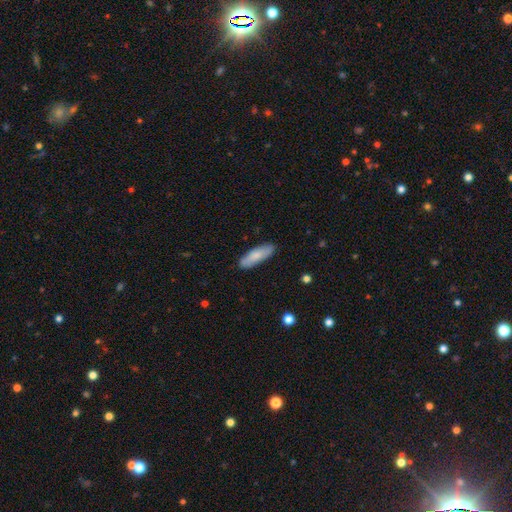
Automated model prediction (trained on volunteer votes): This appears to be a smooth galaxy with no disk features (77%) that is in between round and cigar-shaped (51%). Merging: none (86%).